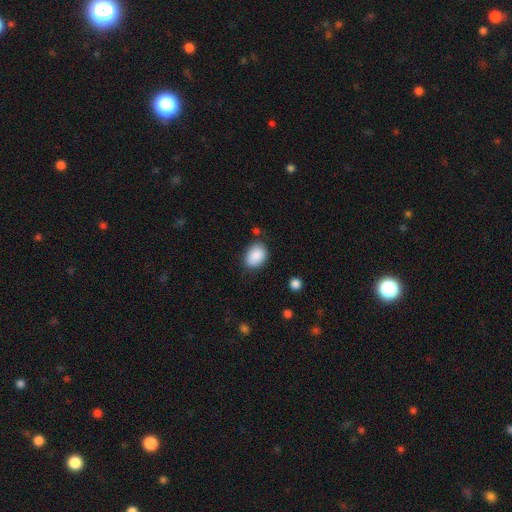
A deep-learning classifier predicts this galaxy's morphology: A smooth galaxy with no disk features (89%) that is in between round and cigar-shaped (76%). Merging: none (80%).